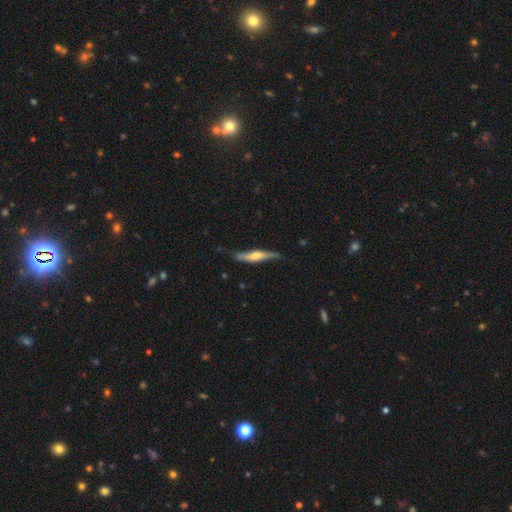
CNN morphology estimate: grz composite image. It shows a featured or disk galaxy (55%) viewed edge-on (85%). Merging: none (67%).